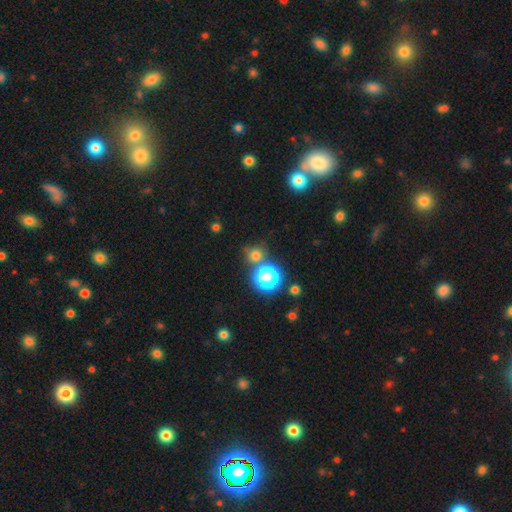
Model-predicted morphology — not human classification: Smooth or featured: smooth — 64% (star or artifact — 29%)
How rounded: round — 88% (in between — 11%)
Merging: none — 70% (merger — 16%)